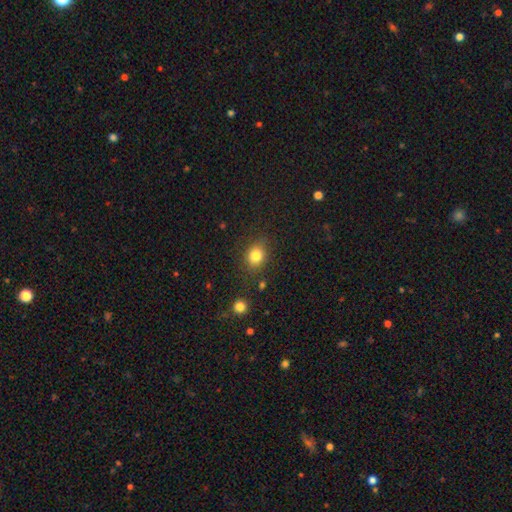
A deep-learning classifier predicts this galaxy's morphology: Smooth or featured? smooth (82%)
How rounded? round (64%)
Merging? none (82%)